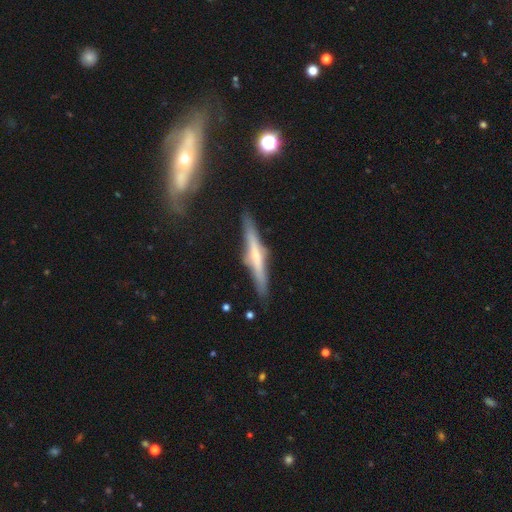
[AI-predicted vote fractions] A featured or disk galaxy (67%) viewed edge-on (96%) with a rounded central bulge (67%). Merging: none (85%).